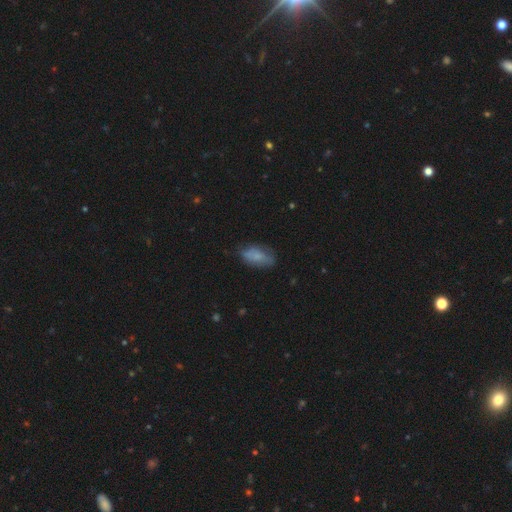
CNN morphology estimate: smooth_or_featured: smooth (p=0.72) [alt: featured or disk p=0.20]
how_rounded: in between (p=0.89) [alt: cigar-shaped p=0.07]
merging: none (p=0.65) [alt: minor disturbance p=0.26]